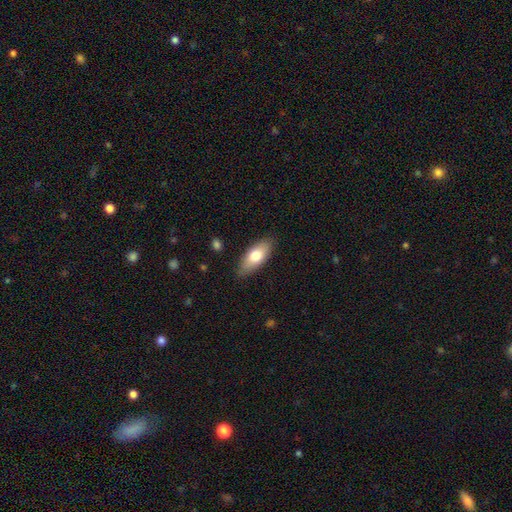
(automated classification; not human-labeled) smooth_or_featured: smooth (p=0.73) [alt: featured or disk p=0.21]
how_rounded: in between (p=0.83) [alt: cigar-shaped p=0.15]
merging: none (p=0.85) [alt: minor disturbance p=0.12]